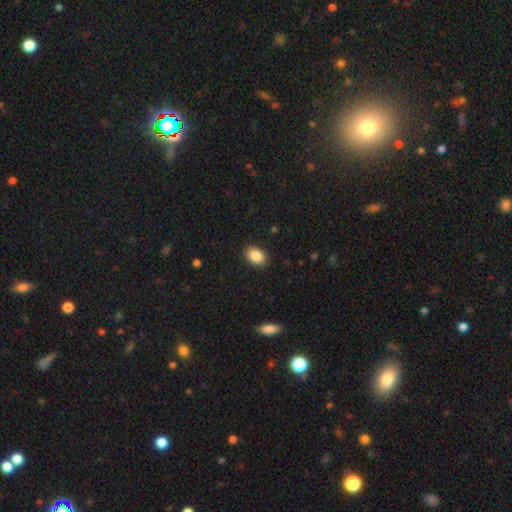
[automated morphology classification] Smooth or featured?
  - smooth: 88% *
  - star or artifact: 8%
  - featured or disk: 4%
How rounded?
  - in between: 80% *
  - round: 19%
  - cigar-shaped: 1%
Merging?
  - none: 89% *
  - minor disturbance: 8%
  - major disturbance: 2%
  - merger: 1%